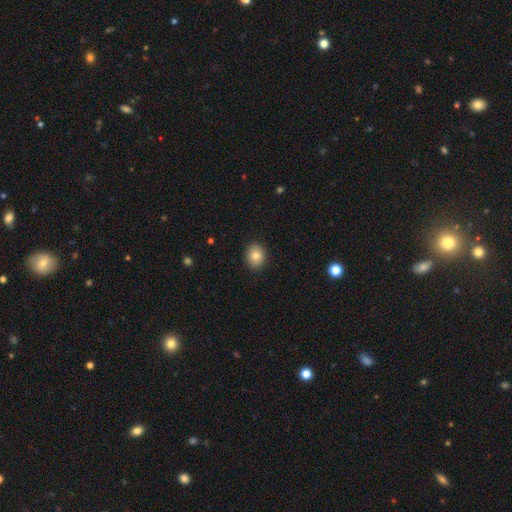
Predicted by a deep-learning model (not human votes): Smooth or featured? smooth (82%)
How rounded? round (56%)
Merging? none (90%)